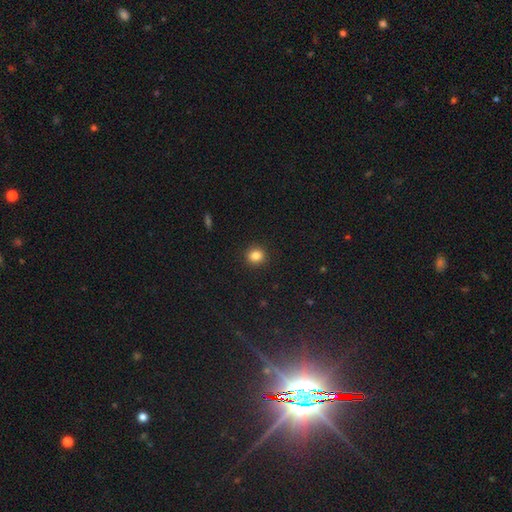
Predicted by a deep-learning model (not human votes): smooth 85%, star or artifact 11%, featured or disk 5%. Down the decision tree: how rounded — round (85%); merging — none (91%).